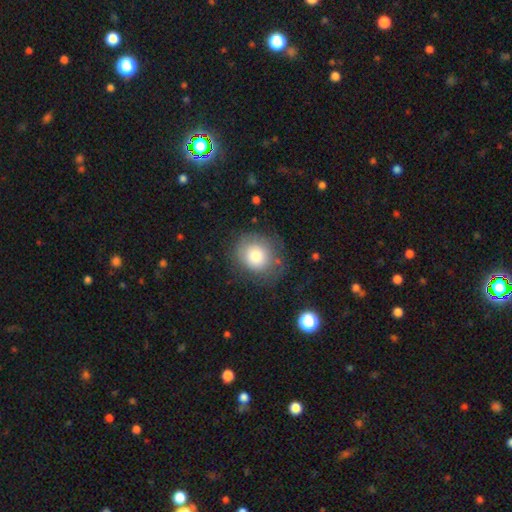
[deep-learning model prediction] This is likely a smooth galaxy (75%). How rounded: likely round (76%). Merging: likely none (67%).